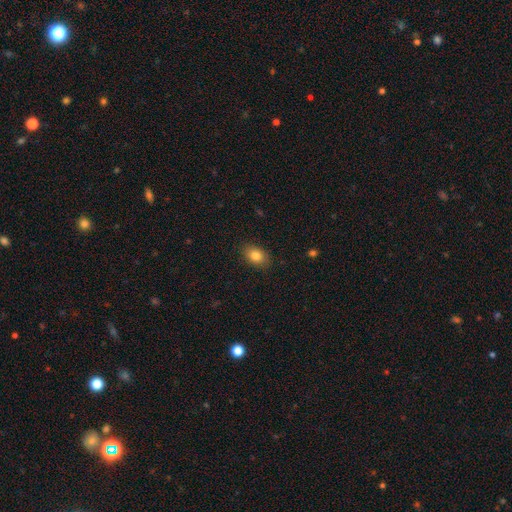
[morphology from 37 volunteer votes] Q: Smooth or featured?
A: smooth (84%); runner-up: featured or disk (14%)
Q: How rounded?
A: in between (87%); runner-up: round (13%)
Q: Merging?
A: none (83%); runner-up: minor disturbance (11%)